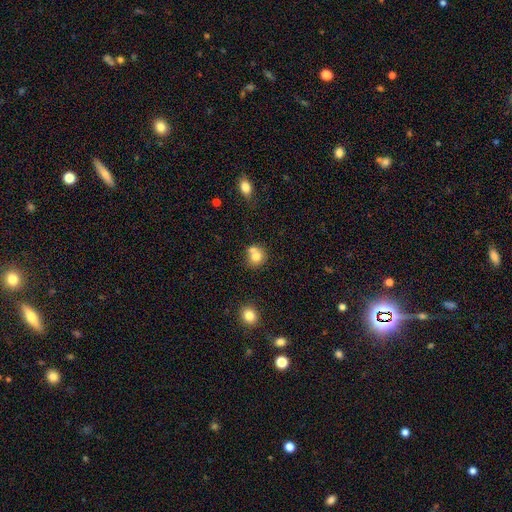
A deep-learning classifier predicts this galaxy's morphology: Smooth or featured: smooth — 76% (featured or disk — 13%)
How rounded: round — 84% (in between — 15%)
Merging: none — 50% (merger — 36%)